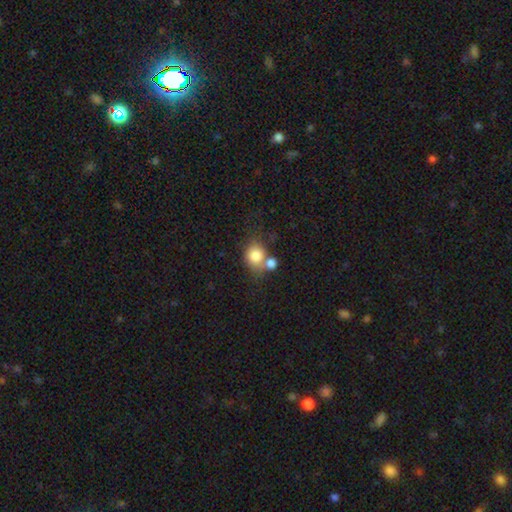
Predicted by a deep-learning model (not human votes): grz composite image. It shows a smooth galaxy with no disk features (81%) that is round (72%). Merging: none (45%).